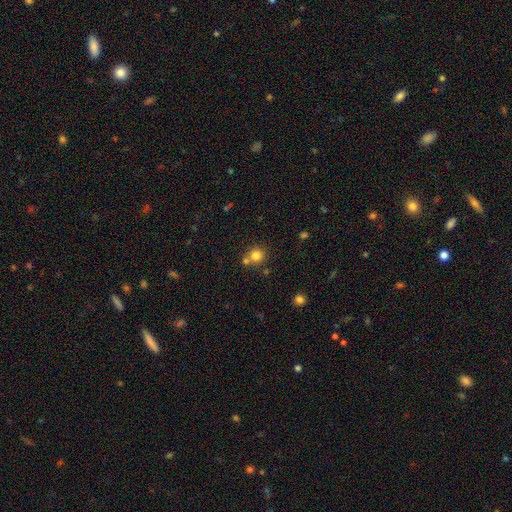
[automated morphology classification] Overall: smooth (80%). How rounded: round (91%). Merging: none (66%).